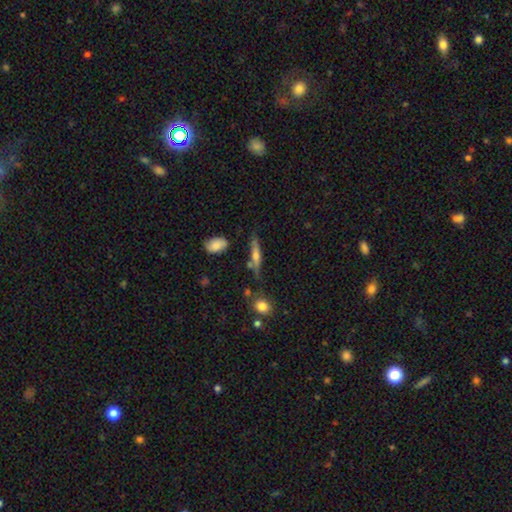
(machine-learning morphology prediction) This is possibly a smooth galaxy (48%). Merging: likely none (66%).